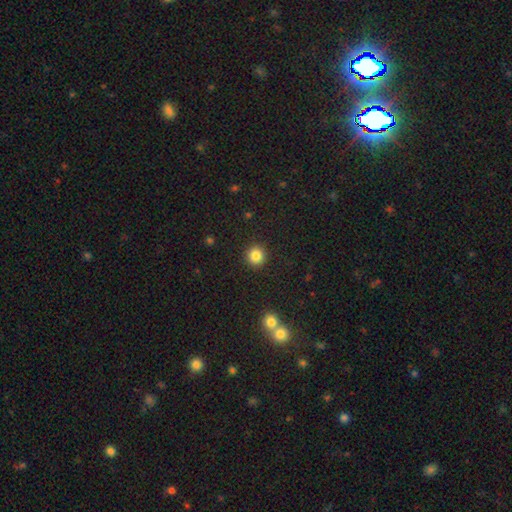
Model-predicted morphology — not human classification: This is clearly a smooth galaxy (84%). How rounded: clearly round (93%). Merging: clearly none (92%).